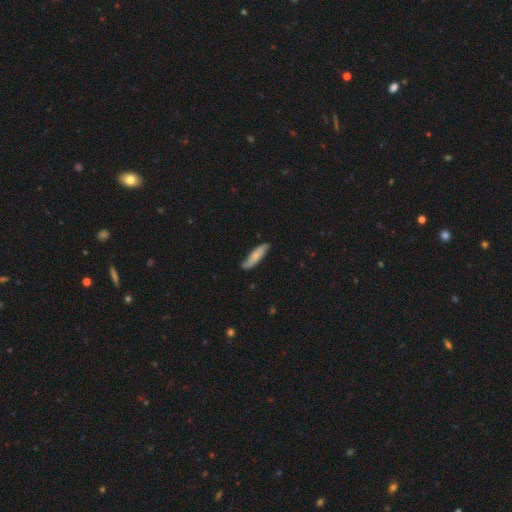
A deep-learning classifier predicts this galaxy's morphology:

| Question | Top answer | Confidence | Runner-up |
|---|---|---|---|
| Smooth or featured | smooth | 63% | featured or disk (31%) |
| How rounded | cigar-shaped | 68% | in between (30%) |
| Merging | none | 77% | minor disturbance (19%) |